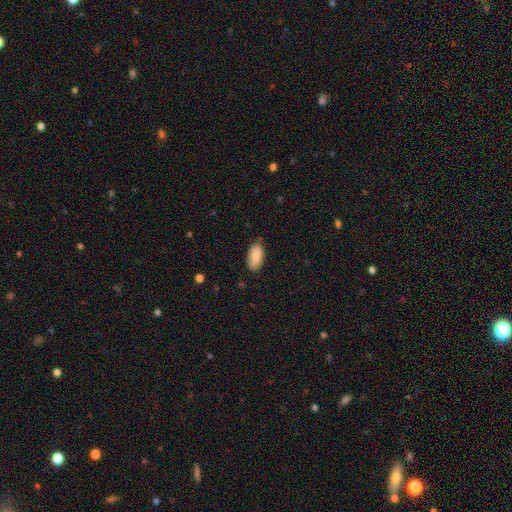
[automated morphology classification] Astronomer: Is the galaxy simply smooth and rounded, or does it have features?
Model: smooth — 87%.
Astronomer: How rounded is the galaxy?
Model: in between — 93%.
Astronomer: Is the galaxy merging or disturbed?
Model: none — 82%.